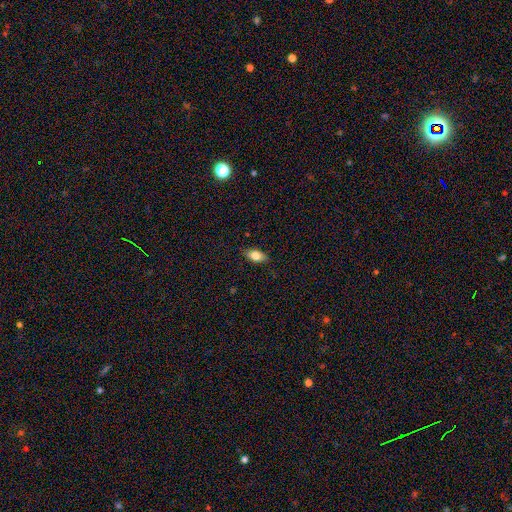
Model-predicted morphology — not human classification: smooth-or-featured: smooth: 78% | featured or disk: 14% | star or artifact: 7%
  how-rounded: in between: 88% | cigar-shaped: 7% | round: 4%
  merging: none: 85% | minor disturbance: 11% | major disturbance: 2% | merger: 1%